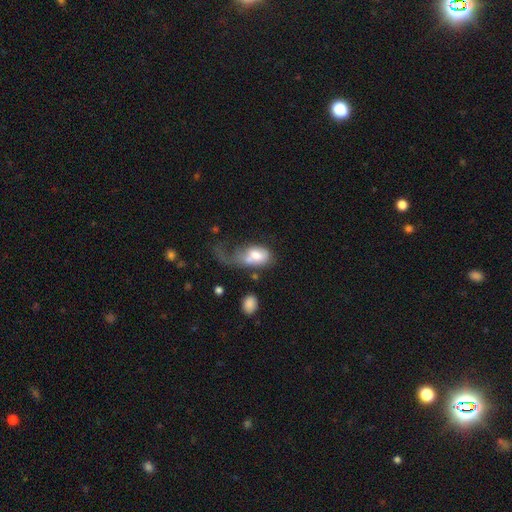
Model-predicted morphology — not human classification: smooth 61%, featured or disk 32%, star or artifact 7%. Down the decision tree: how rounded — in between (85%); merging — major disturbance (57%).